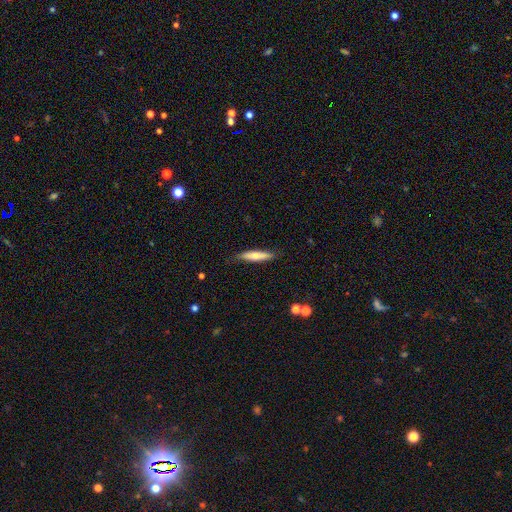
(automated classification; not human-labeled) Smooth or featured? Predicted: smooth (p=0.64). How rounded? Predicted: cigar-shaped (p=0.84). Merging? Predicted: none (p=0.82).